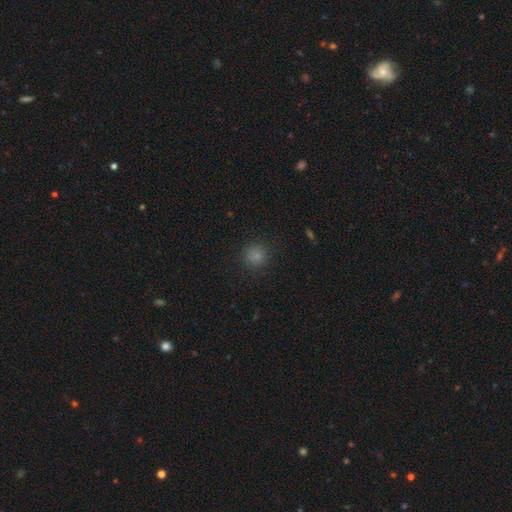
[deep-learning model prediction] smooth 80%, star or artifact 15%, featured or disk 5%. Down the decision tree: how rounded — round (91%); merging — none (86%).